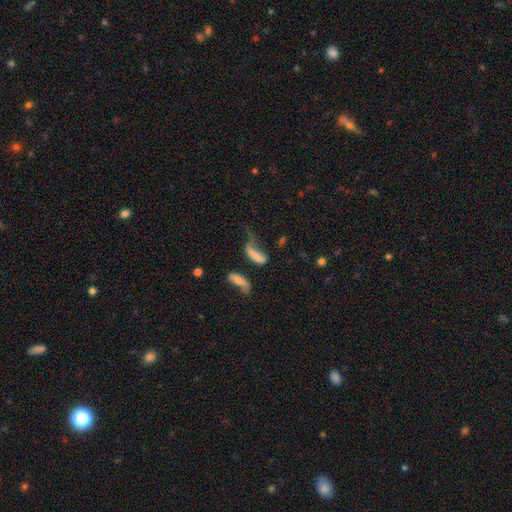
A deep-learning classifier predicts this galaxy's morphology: The model was most divided on "how rounded": in between: 55%, cigar-shaped: 40%, round: 5%. Remaining: smooth or featured — smooth (62%); merging — major disturbance (43%).